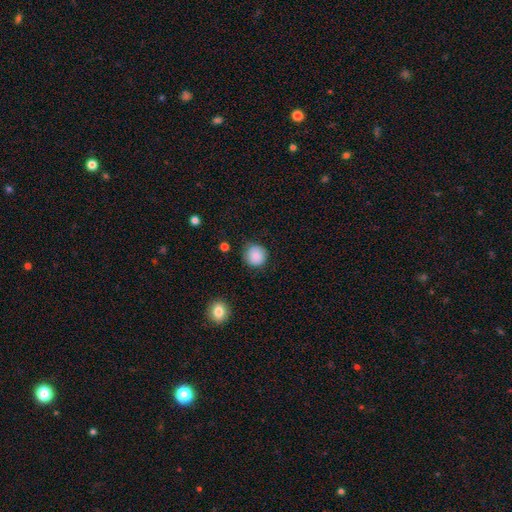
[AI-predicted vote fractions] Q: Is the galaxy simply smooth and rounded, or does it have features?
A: smooth — 87%.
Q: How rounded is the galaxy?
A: round — 92%.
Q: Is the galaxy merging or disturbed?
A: none — 82%.